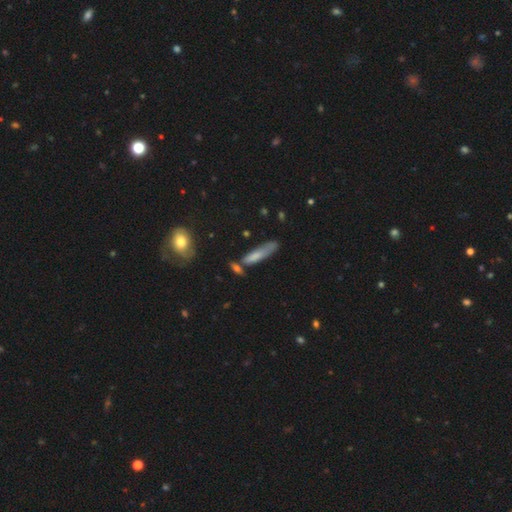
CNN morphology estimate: smooth 70%, featured or disk 21%, star or artifact 9%. Down the decision tree: how rounded — cigar-shaped (78%); merging — none (52%).